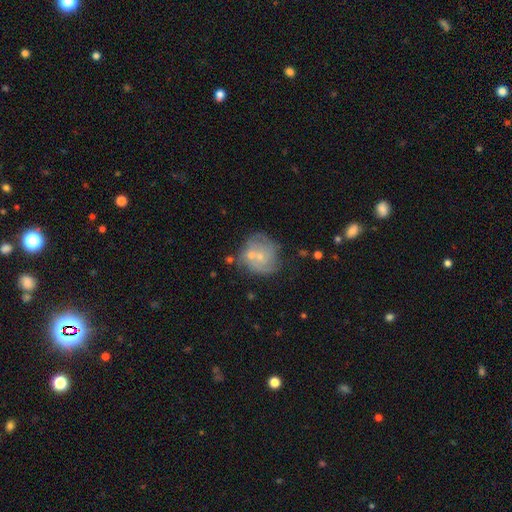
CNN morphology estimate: Smooth or featured?
  - featured or disk: 55% *
  - smooth: 35%
  - star or artifact: 11%
Edge-on disk?
  - no: 97% *
  - yes: 3%
Bar?
  - no: 80% *
  - weak: 17%
  - strong: 3%
Spiral arms?
  - yes: 62% *
  - no: 38%
Bulge size?
  - small: 67% *
  - moderate: 26%
  - none: 5%
  - large: 1%
  - dominant: 1%
Merging?
  - none: 51% *
  - merger: 21%
  - minor disturbance: 19%
  - major disturbance: 10%